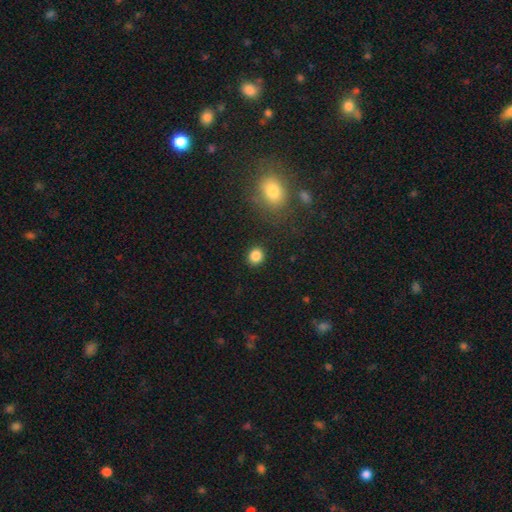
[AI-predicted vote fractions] A smooth galaxy with no disk features (85%) that is round (78%).

Vote fractions:
- Smooth or featured? smooth: 85% / star or artifact: 11% / featured or disk: 4%
- How rounded? round: 78% / in between: 21% / cigar-shaped: 1%
- Merging? none: 90% / minor disturbance: 6% / major disturbance: 2% / merger: 2%